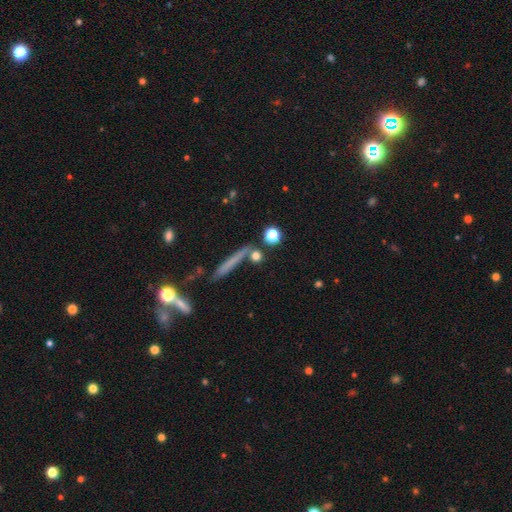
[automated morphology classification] smooth_or_featured: smooth (p=0.72) [alt: featured or disk p=0.15]
how_rounded: round (p=0.67) [alt: cigar-shaped p=0.22]
merging: none (p=0.74) [alt: merger p=0.13]